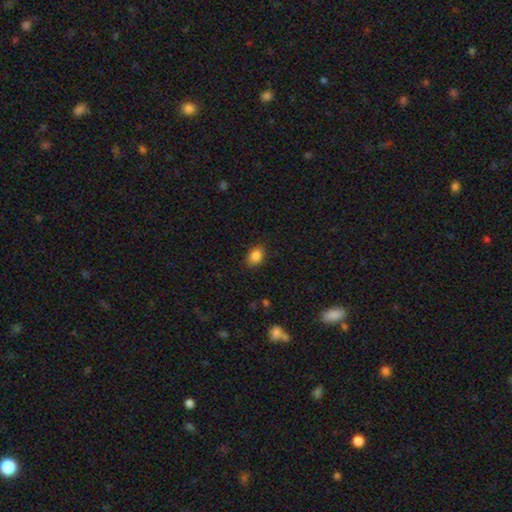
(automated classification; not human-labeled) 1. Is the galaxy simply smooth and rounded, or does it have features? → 86% smooth, 10% star or artifact, 4% featured or disk.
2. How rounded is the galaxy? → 71% in between, 28% round, 1% cigar-shaped.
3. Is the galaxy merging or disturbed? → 85% none, 11% minor disturbance, 3% major disturbance, 1% merger.